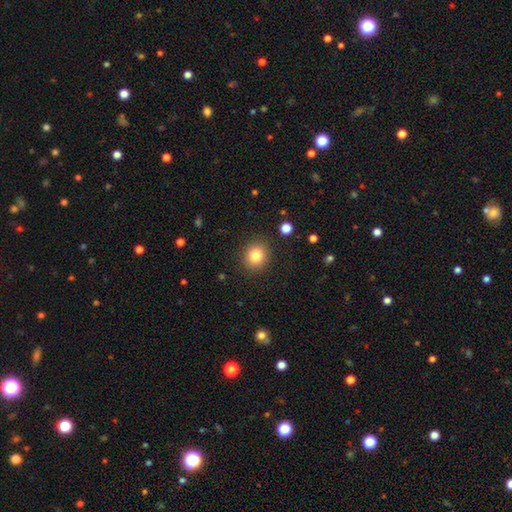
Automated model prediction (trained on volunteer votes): This appears to be a smooth galaxy with no disk features (82%) that is round (81%). Merging: none (89%).